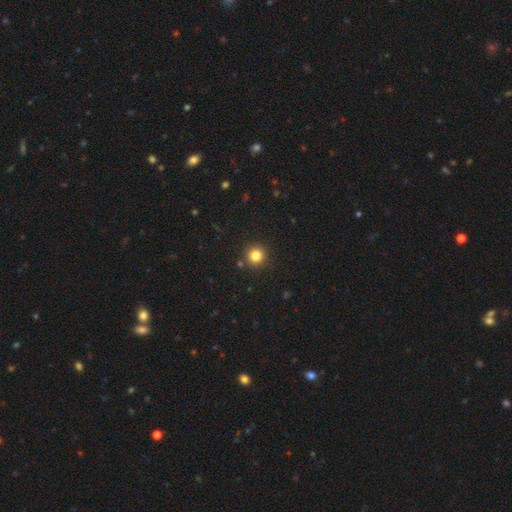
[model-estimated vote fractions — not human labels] A smooth galaxy with no disk features (82%) that is round (95%). Merging: none (90%).